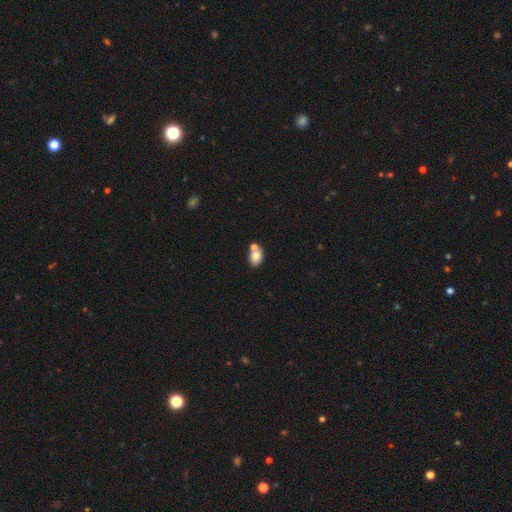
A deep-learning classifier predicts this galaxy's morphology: smooth_or_featured: smooth (p=0.76) [alt: featured or disk p=0.15]
how_rounded: in between (p=0.70) [alt: round p=0.29]
merging: none (p=0.43) [alt: merger p=0.42]